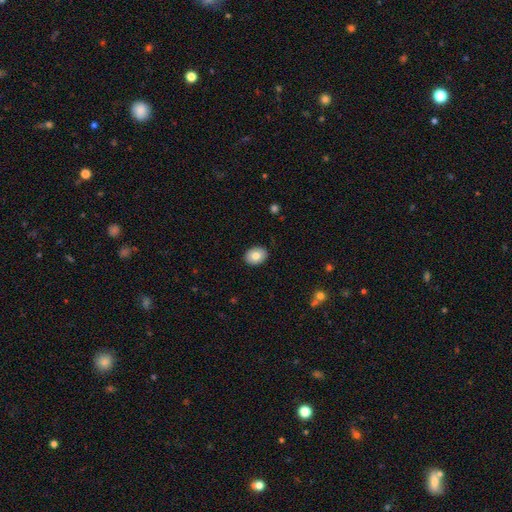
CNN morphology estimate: Smooth or featured? Predicted: smooth (p=0.76). How rounded? Predicted: in between (p=0.62). Merging? Predicted: none (p=0.89).